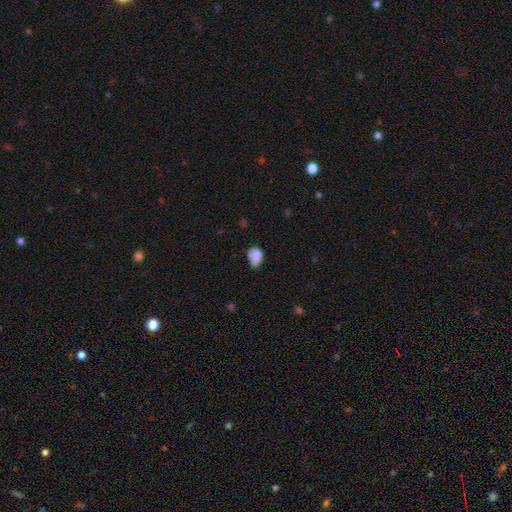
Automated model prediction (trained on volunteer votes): Overall: smooth (82%). How rounded: in between (74%). Merging: minor disturbance (45%; none 39%).